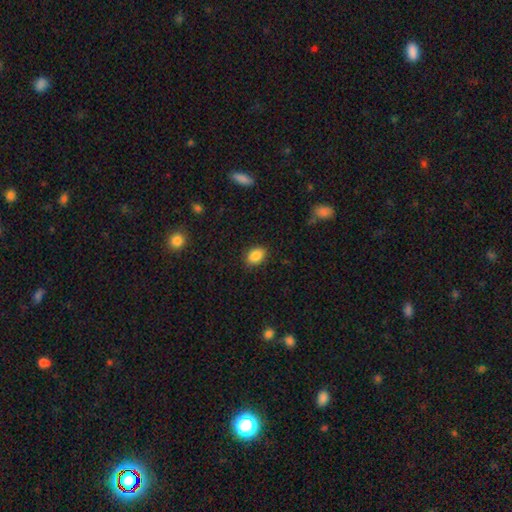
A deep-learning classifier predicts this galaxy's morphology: This appears to be a smooth galaxy with no disk features (86%) that is in between round and cigar-shaped (77%). Merging: none (86%).